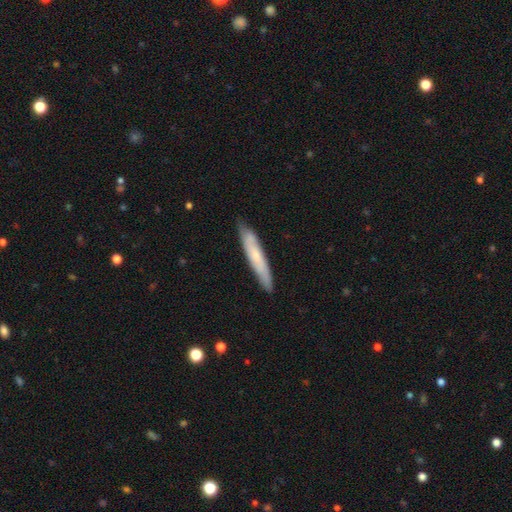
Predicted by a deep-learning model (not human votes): Smooth or featured?
  - smooth: 55% *
  - featured or disk: 40%
  - star or artifact: 6%
How rounded?
  - cigar-shaped: 92% *
  - in between: 7%
  - round: 1%
Merging?
  - none: 84% *
  - minor disturbance: 13%
  - major disturbance: 2%
  - merger: 1%